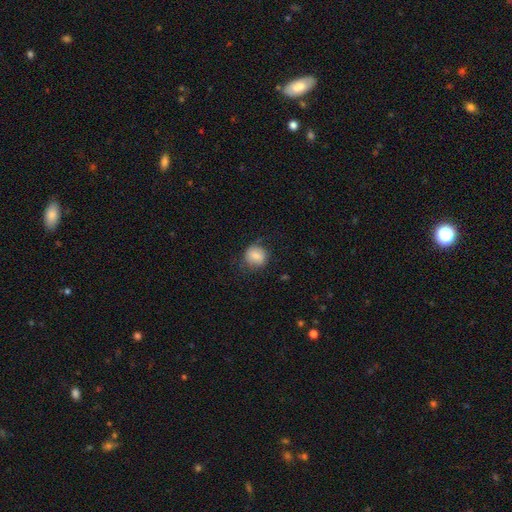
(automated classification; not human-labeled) Overall: smooth (81%). How rounded: round (82%). Merging: none (73%).